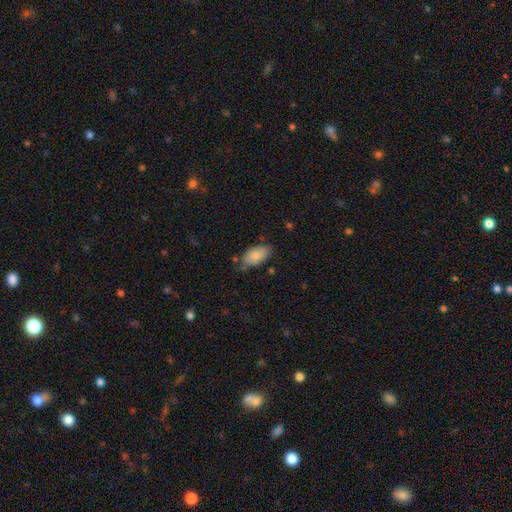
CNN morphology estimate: The model was most divided on "merging": none: 67%, minor disturbance: 24%, major disturbance: 5%, merger: 4%. More confident: how rounded — in between (94%); smooth or featured — smooth (84%).